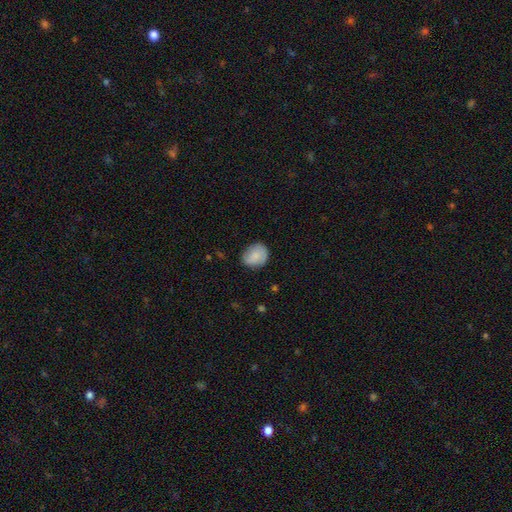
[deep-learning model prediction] Overall: smooth (80%). How rounded: round (59%; in between 40%). Merging: none (74%).